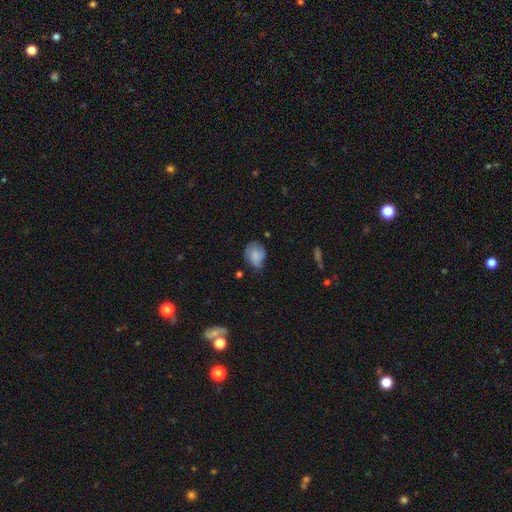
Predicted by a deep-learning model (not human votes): Smooth or featured? Predicted: smooth (p=0.73). How rounded? Predicted: in between (p=0.54). Merging? Predicted: none (p=0.47).